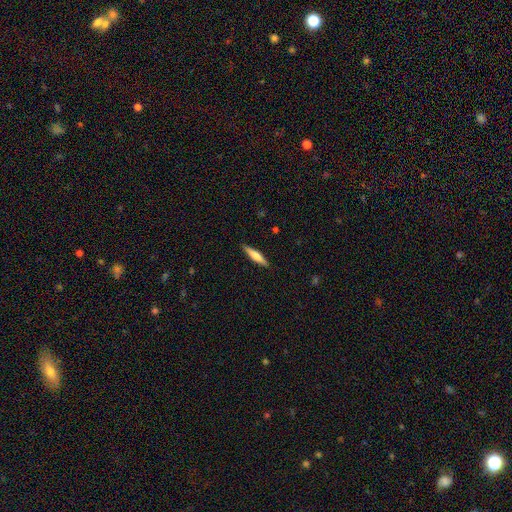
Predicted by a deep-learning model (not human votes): A smooth galaxy with no disk features (59%) that is cigar-shaped (83%).

Vote fractions:
- Smooth or featured? smooth: 59% / featured or disk: 36% / star or artifact: 6%
- How rounded? cigar-shaped: 83% / in between: 15% / round: 2%
- Merging? none: 90% / minor disturbance: 8% / major disturbance: 2% / merger: 1%